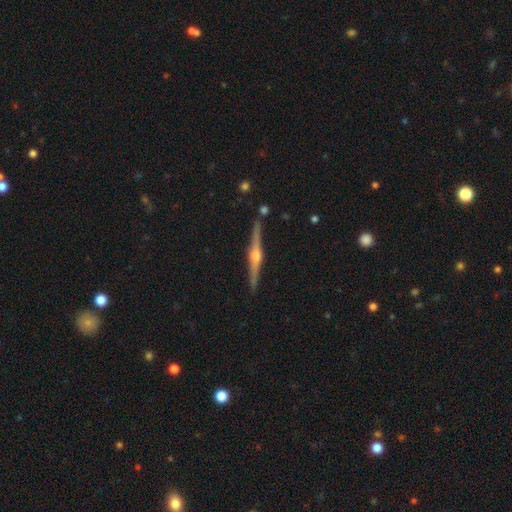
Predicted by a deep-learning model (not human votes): Morphology: type=featured or disk (84%); edge-on=yes (98%); edge-on bulge=rounded (88%); merging=none (90%).